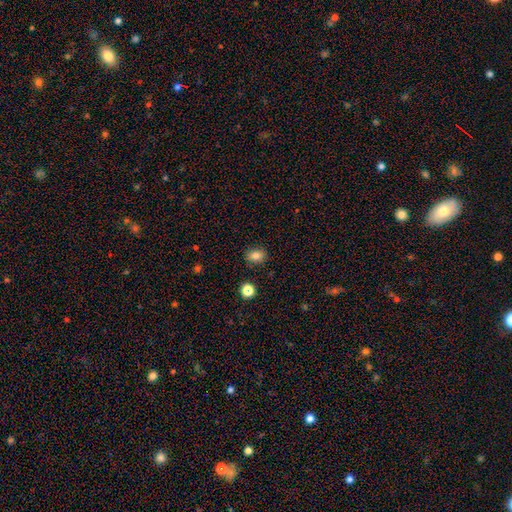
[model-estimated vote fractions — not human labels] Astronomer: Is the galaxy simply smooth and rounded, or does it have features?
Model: smooth — 80%.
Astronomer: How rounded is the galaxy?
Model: in between — 56% (runner-up: round, 43%).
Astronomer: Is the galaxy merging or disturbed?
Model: none — 86%.